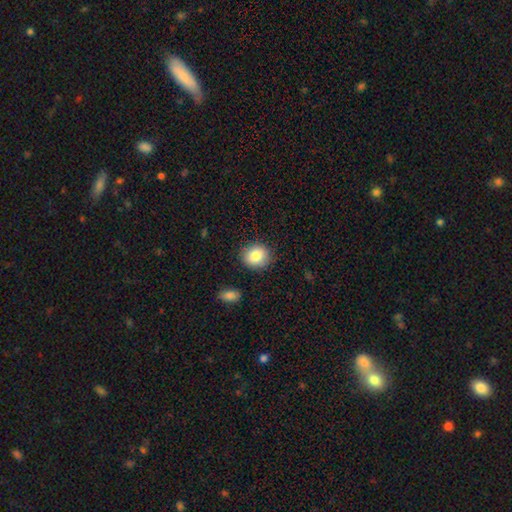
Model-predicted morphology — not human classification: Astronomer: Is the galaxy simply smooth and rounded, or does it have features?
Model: smooth — 82%.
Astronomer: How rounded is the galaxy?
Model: round — 68%.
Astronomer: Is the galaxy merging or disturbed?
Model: none — 85%.